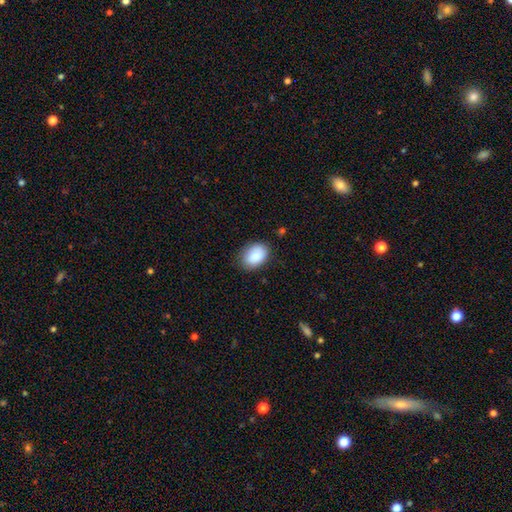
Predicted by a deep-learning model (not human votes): Q: Smooth or featured?
A: smooth (89%); runner-up: star or artifact (6%)
Q: How rounded?
A: in between (84%); runner-up: round (15%)
Q: Merging?
A: none (79%); runner-up: minor disturbance (16%)